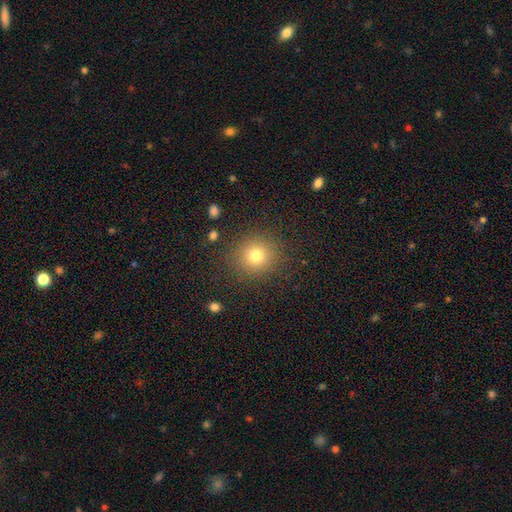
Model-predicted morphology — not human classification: Smooth or featured: smooth — 76% (star or artifact — 15%)
How rounded: round — 88% (in between — 11%)
Merging: none — 88% (minor disturbance — 7%)